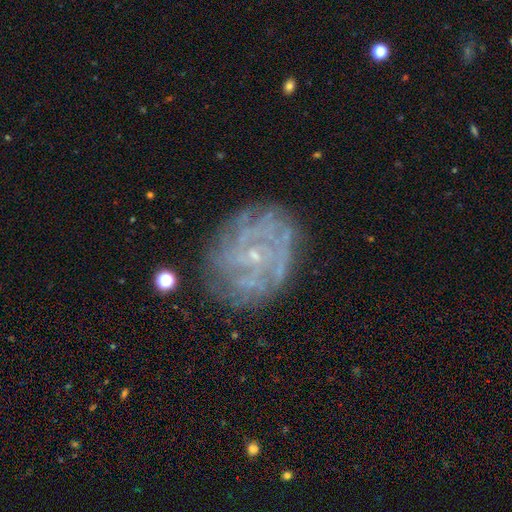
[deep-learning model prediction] Q: Smooth or featured?
A: featured or disk (78%); runner-up: smooth (12%)
Q: Edge-on disk?
A: no (97%); runner-up: yes (3%)
Q: Bar?
A: no (72%); runner-up: weak (22%)
Q: Spiral arms?
A: yes (86%); runner-up: no (14%)
Q: Spiral winding?
A: tight (67%); runner-up: medium (24%)
Q: Spiral arm count?
A: can't tell (43%); runner-up: 4 (15%)
Q: Bulge size?
A: small (85%); runner-up: moderate (9%)
Q: Merging?
A: none (77%); runner-up: minor disturbance (15%)